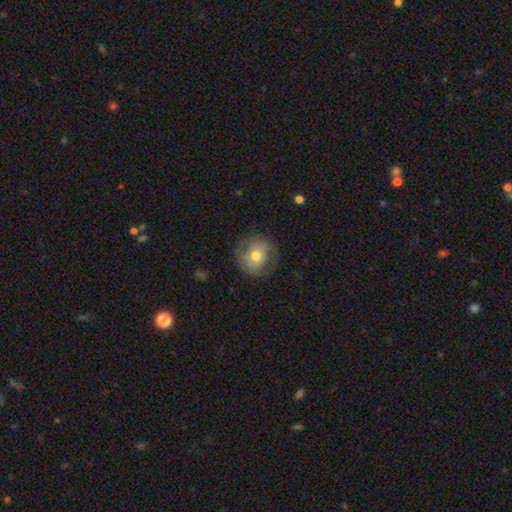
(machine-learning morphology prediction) type=smooth (62%); roundness=round (86%); merging=none (73%).